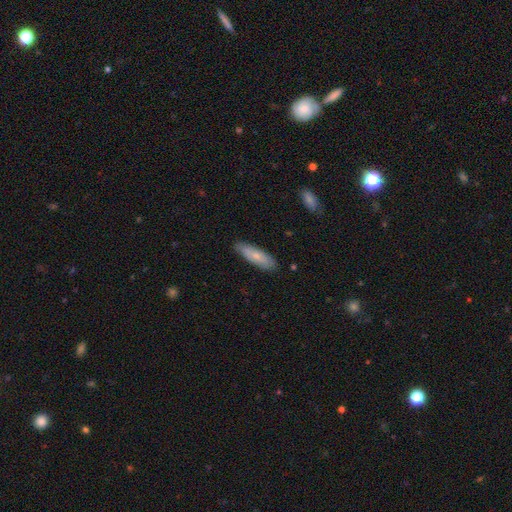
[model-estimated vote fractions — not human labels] This is likely a smooth galaxy (68%). How rounded: possibly cigar-shaped (56%). Merging: clearly none (82%).